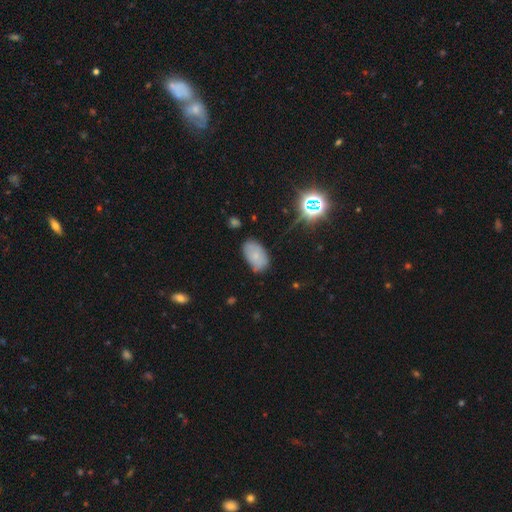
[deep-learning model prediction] A smooth galaxy with no disk features (71%) that is in between round and cigar-shaped (92%).

Vote fractions:
- Smooth or featured? smooth: 71% / featured or disk: 16% / star or artifact: 13%
- How rounded? in between: 92% / round: 6% / cigar-shaped: 1%
- Merging? none: 66% / minor disturbance: 26% / major disturbance: 6% / merger: 2%